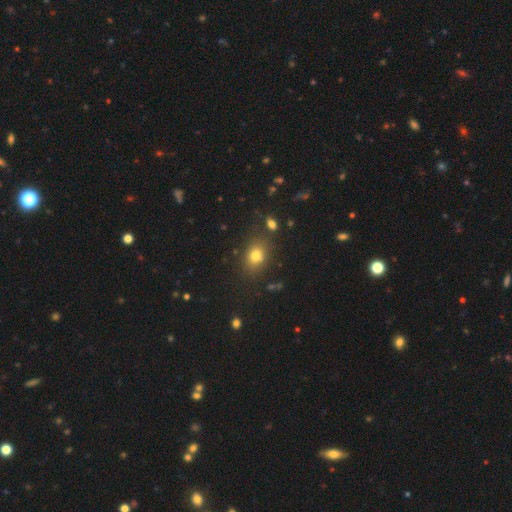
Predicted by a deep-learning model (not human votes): A smooth galaxy with no disk features (78%) that is in between round and cigar-shaped (58%). Merging: none (78%).